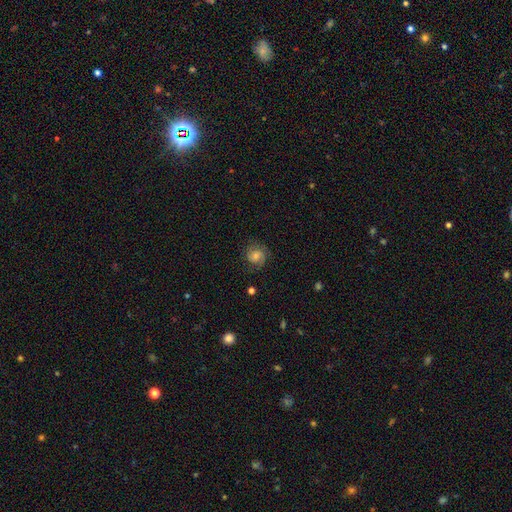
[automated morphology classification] A featured or disk galaxy (58%) with no bar (59%), 2 (66%) tight (49%) spiral arms (92%) and a moderate central bulge (45%).

Vote fractions:
- Smooth or featured? featured or disk: 58% / smooth: 30% / star or artifact: 12%
- Edge-on disk? no: 98% / yes: 2%
- Bar? no: 59% / weak: 35% / strong: 6%
- Spiral arms? yes: 92% / no: 8%
- Spiral winding? tight: 49% / medium: 39% / loose: 12%
- Spiral arm count? 2: 66% / can't tell: 16% / 1: 8% / 3: 6% / 4: 2% / more than 4: 2%
- Bulge size? moderate: 45% / small: 36% / large: 9% / none: 8% / dominant: 2%
- Merging? none: 77% / minor disturbance: 15% / major disturbance: 7% / merger: 1%